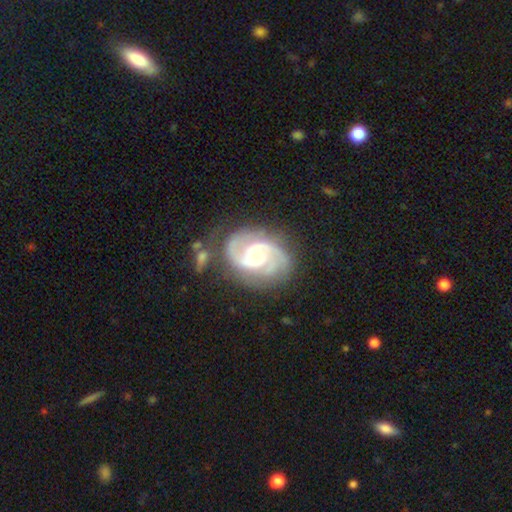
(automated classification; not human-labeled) Overall: featured or disk (90%). Edge-on disk: no (98%). Bar: no (48%; weak 41%). Spiral arms: yes (98%). Spiral arm count: 2 (71%). Spiral winding: medium (51%; tight 37%). Bulge size: moderate (56%; small 37%). Merging: none (71%).